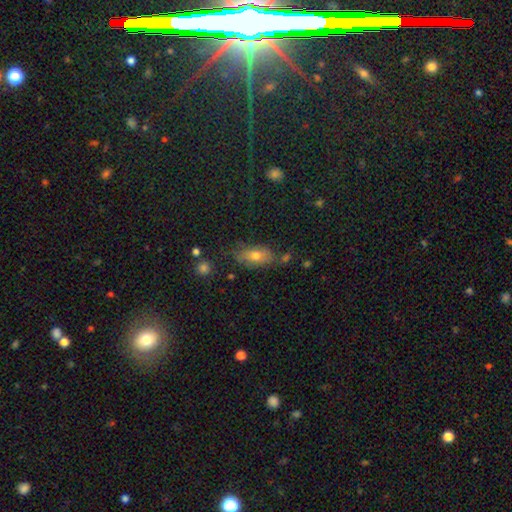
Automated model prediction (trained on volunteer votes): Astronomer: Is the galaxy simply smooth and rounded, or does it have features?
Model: smooth — 68%.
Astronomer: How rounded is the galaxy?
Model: in between — 84%.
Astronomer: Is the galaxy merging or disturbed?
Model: none — 67%.